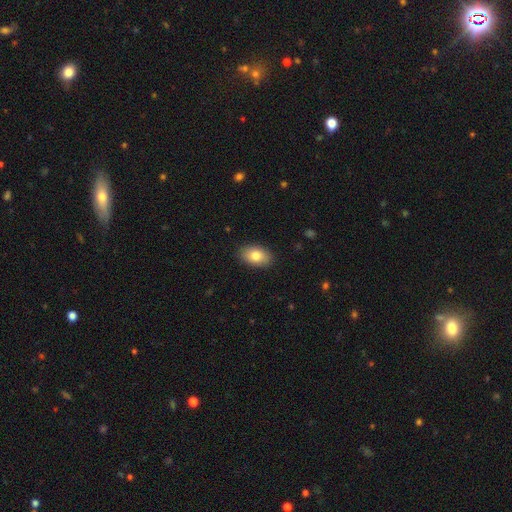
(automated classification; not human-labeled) Smooth or featured? Predicted: smooth (p=0.81). How rounded? Predicted: in between (p=0.90). Merging? Predicted: none (p=0.88).